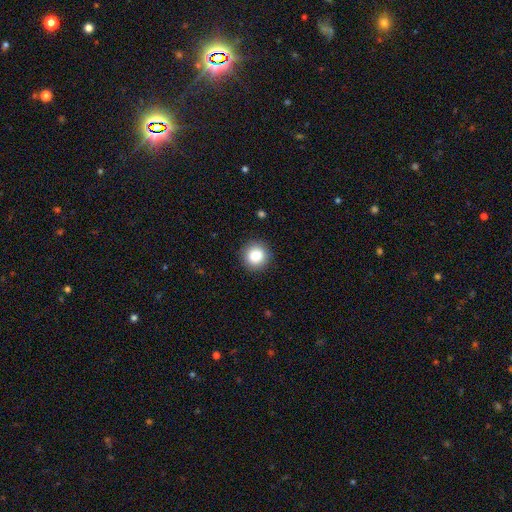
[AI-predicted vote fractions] smooth_or_featured: smooth (p=0.87) [alt: star or artifact p=0.09]
how_rounded: round (p=0.93) [alt: in between p=0.06]
merging: none (p=0.89) [alt: minor disturbance p=0.07]